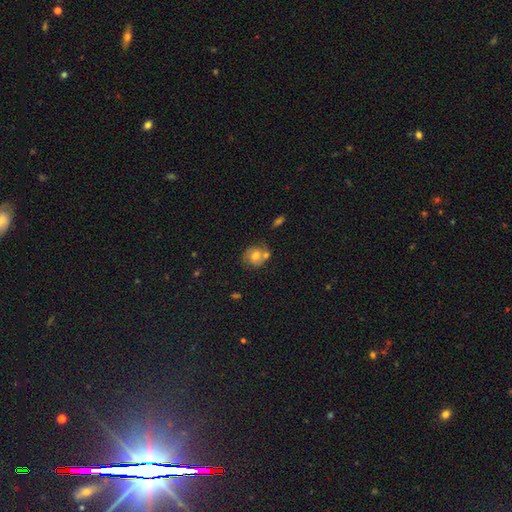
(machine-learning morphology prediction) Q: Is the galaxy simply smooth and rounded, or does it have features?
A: smooth — 47%.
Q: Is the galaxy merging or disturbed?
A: none — 53%.